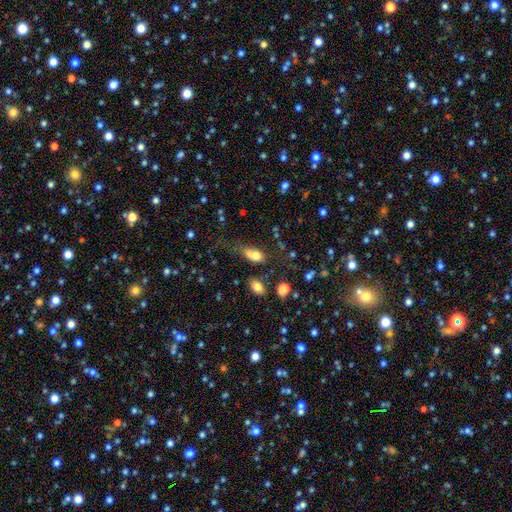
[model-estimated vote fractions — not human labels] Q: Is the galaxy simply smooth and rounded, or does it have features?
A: smooth — 75%.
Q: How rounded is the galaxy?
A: in between — 74%.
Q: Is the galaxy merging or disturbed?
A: none — 35%.